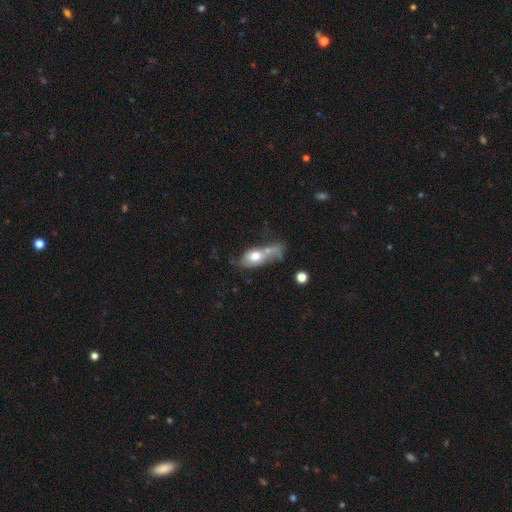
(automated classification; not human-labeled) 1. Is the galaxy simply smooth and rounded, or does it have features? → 63% smooth, 29% featured or disk, 8% star or artifact.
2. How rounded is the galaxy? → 76% in between, 13% round, 11% cigar-shaped.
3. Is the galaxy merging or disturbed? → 39% merger, 22% major disturbance, 21% none, 18% minor disturbance.